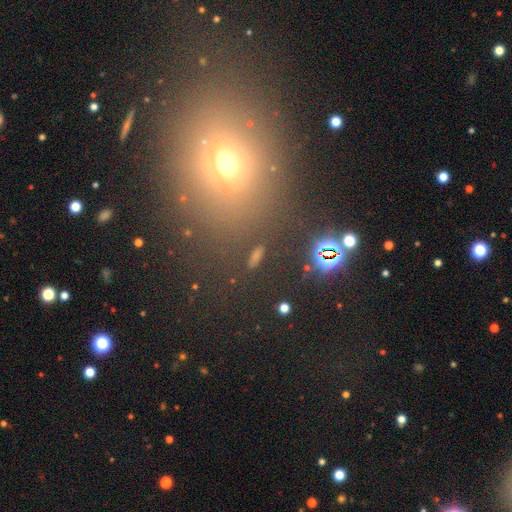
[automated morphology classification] smooth-or-featured: smooth: 54% | star or artifact: 33% | featured or disk: 13%
  how-rounded: in between: 44% | cigar-shaped: 42% | round: 14%
  merging: none: 85% | minor disturbance: 8% | major disturbance: 4% | merger: 3%